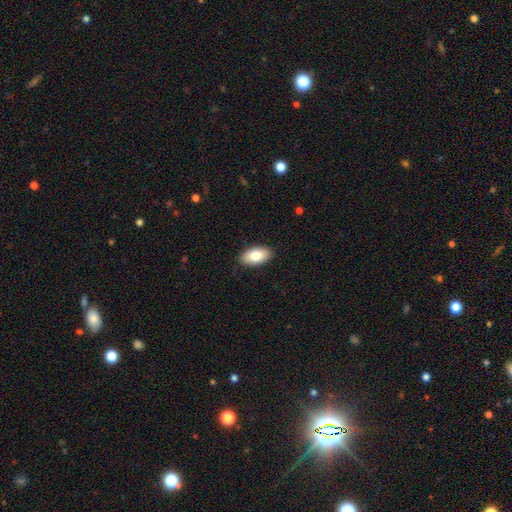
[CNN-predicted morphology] This is clearly a smooth galaxy (82%). How rounded: clearly in between (94%). Merging: clearly none (88%).